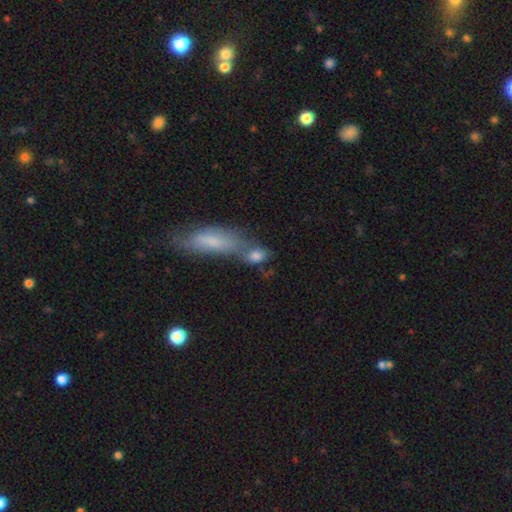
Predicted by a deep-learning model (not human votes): A smooth galaxy with no disk features (74%) that is in between round and cigar-shaped (67%). Merging: merger (46%).